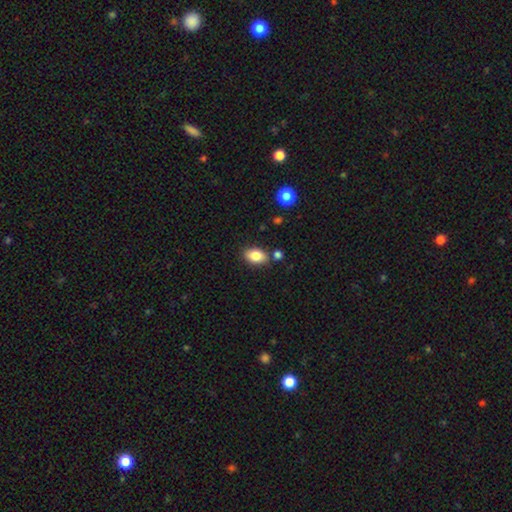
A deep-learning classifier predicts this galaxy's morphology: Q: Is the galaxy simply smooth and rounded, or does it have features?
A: smooth — 85%.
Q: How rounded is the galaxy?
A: in between — 89%.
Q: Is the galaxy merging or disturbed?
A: none — 79%.